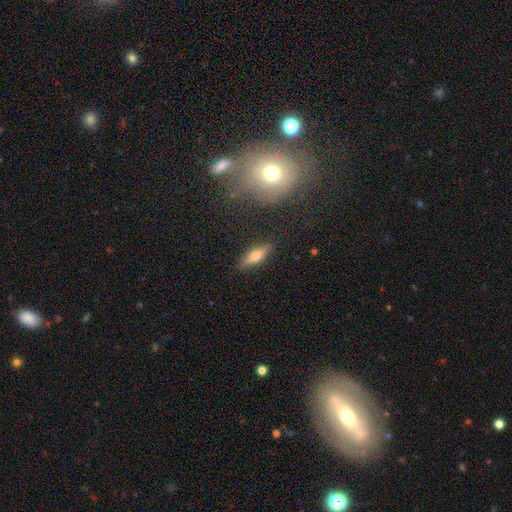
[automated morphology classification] The model was most divided on "smooth or featured": smooth: 49%, featured or disk: 43%, star or artifact: 8%. More confident: merging — none (86%).